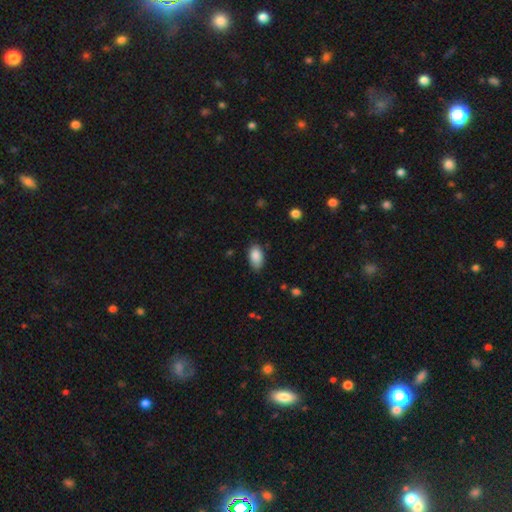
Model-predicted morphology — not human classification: type=smooth (88%); roundness=in between (93%); merging=none (77%).